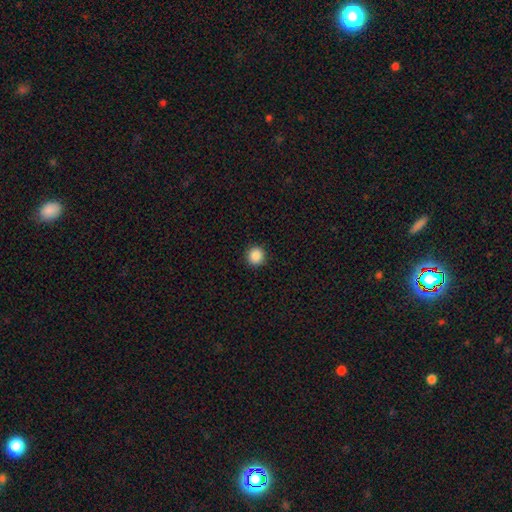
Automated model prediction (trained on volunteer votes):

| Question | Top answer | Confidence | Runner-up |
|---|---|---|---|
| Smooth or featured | smooth | 87% | star or artifact (10%) |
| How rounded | round | 93% | in between (6%) |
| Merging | none | 92% | minor disturbance (5%) |